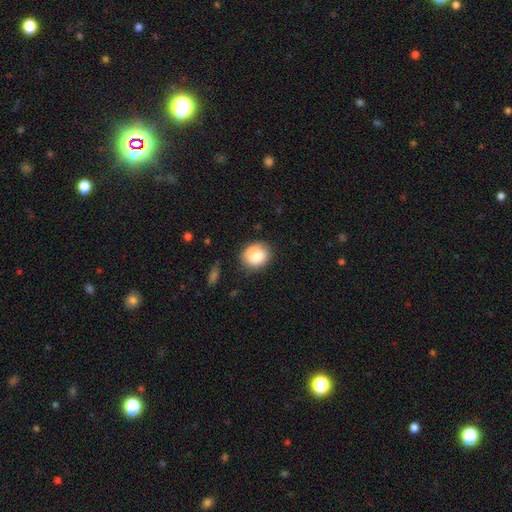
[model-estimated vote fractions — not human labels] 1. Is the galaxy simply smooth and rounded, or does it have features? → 81% smooth, 10% featured or disk, 8% star or artifact.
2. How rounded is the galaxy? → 68% round, 31% in between, 1% cigar-shaped.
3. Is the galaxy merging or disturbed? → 69% none, 20% minor disturbance, 6% merger, 5% major disturbance.